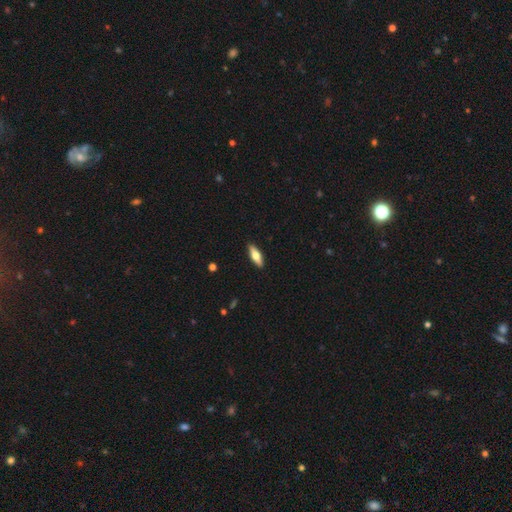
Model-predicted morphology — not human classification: Q: Smooth or featured?
A: smooth (56%); runner-up: featured or disk (38%)
Q: How rounded?
A: in between (51%); runner-up: cigar-shaped (46%)
Q: Merging?
A: none (91%); runner-up: minor disturbance (7%)